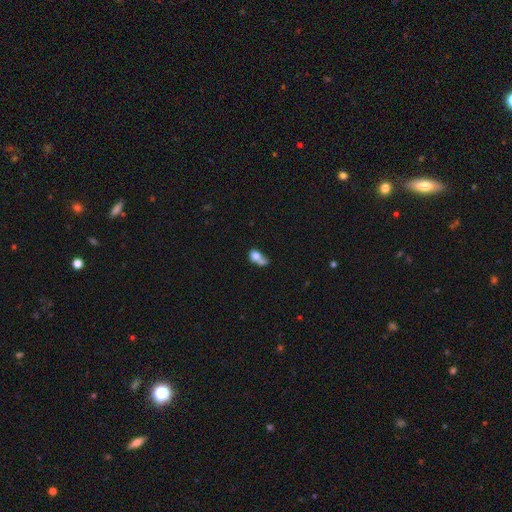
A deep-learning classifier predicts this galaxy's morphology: smooth-or-featured: smooth: 70% | featured or disk: 20% | star or artifact: 10%
  how-rounded: in between: 56% | round: 41% | cigar-shaped: 3%
  merging: merger: 57% | none: 19% | major disturbance: 13% | minor disturbance: 11%